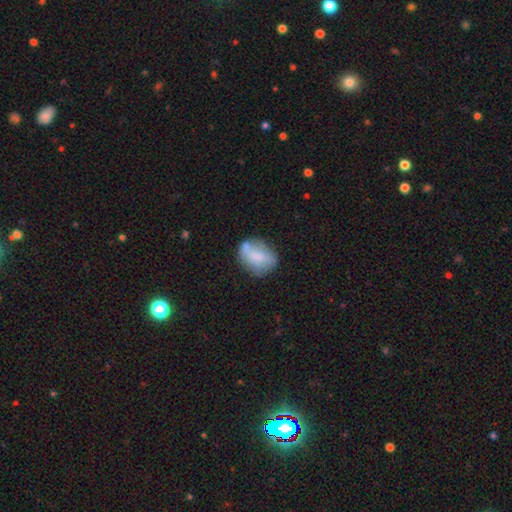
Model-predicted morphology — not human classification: A smooth galaxy with no disk features (65%) that is in between round and cigar-shaped (69%). Merging: none (49%).